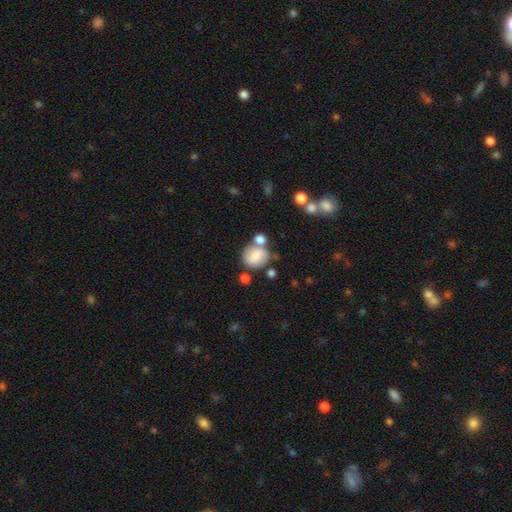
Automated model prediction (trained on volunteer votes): Overall: smooth (65%; featured or disk 26%). How rounded: round (70%). Merging: none (53%; merger 25%).